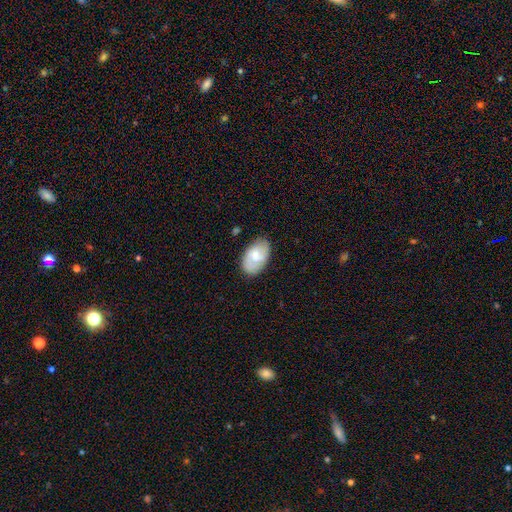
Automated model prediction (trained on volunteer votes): smooth 60%, featured or disk 33%, star or artifact 7%. Down the decision tree: how rounded — in between (93%); merging — none (75%).